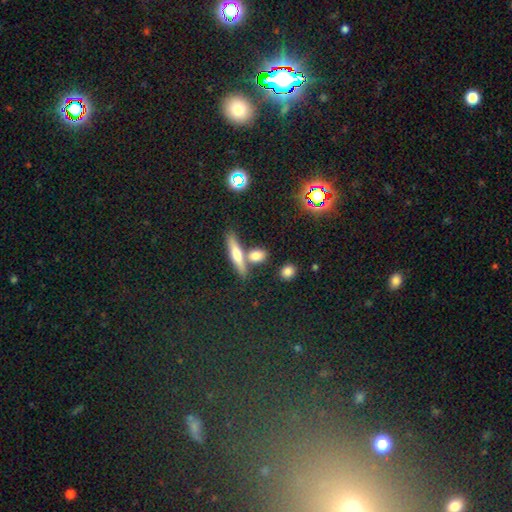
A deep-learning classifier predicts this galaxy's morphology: This is likely a smooth galaxy (67%). How rounded: marginally in between (41%). Merging: likely none (65%).